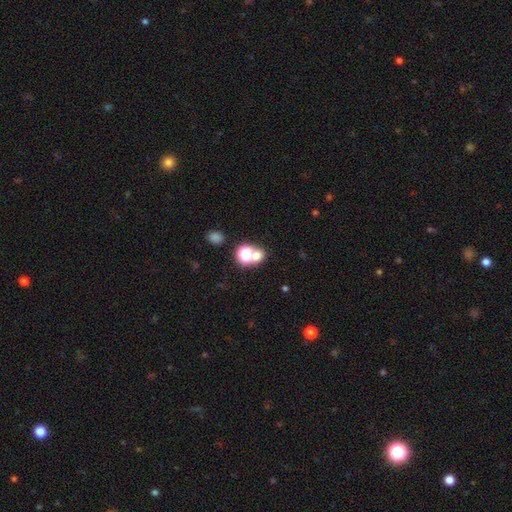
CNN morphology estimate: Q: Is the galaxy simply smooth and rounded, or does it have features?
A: smooth — 59%.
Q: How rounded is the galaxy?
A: round — 73%.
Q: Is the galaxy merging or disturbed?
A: none — 51%.